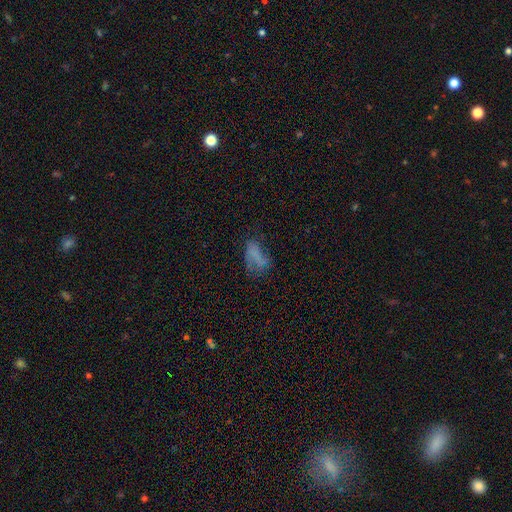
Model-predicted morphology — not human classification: type=smooth (57%); roundness=in between (87%); merging=none (37%).